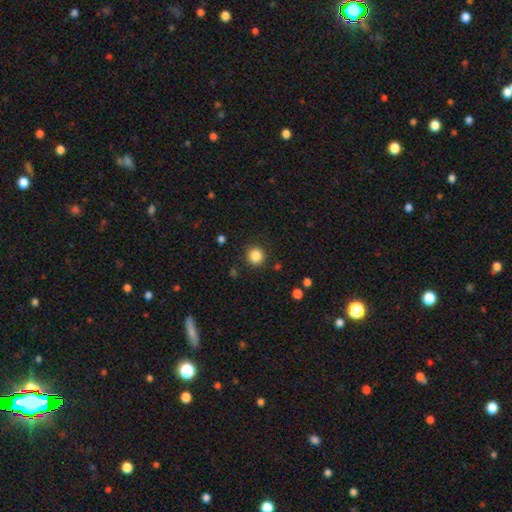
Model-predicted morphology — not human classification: type=smooth (85%); roundness=round (92%); merging=none (89%).